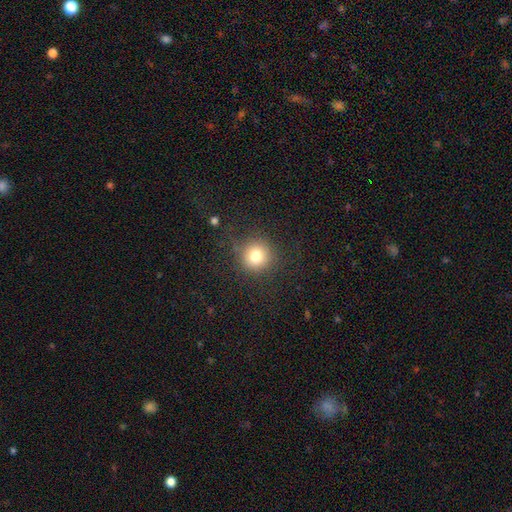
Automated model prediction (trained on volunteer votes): A smooth galaxy with no disk features (77%) that is round (94%).

Vote fractions:
- Smooth or featured? smooth: 77% / star or artifact: 14% / featured or disk: 9%
- How rounded? round: 94% / in between: 5% / cigar-shaped: 1%
- Merging? none: 85% / minor disturbance: 9% / major disturbance: 5% / merger: 1%